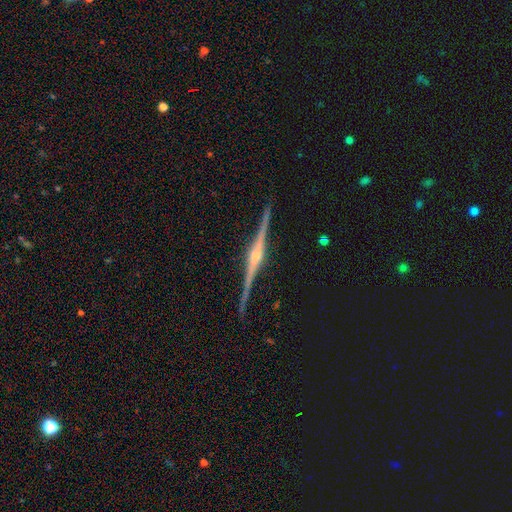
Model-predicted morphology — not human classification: This is clearly a featured or disk galaxy (91%). It is clearly viewed edge-on (99%). Edge-on bulge: clearly rounded (83%). Merging: clearly none (91%).